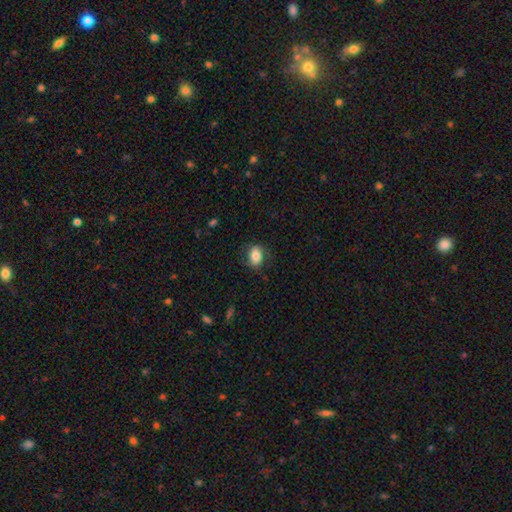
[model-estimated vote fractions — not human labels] Morphology: type=smooth (79%); roundness=in between (77%); merging=none (73%).